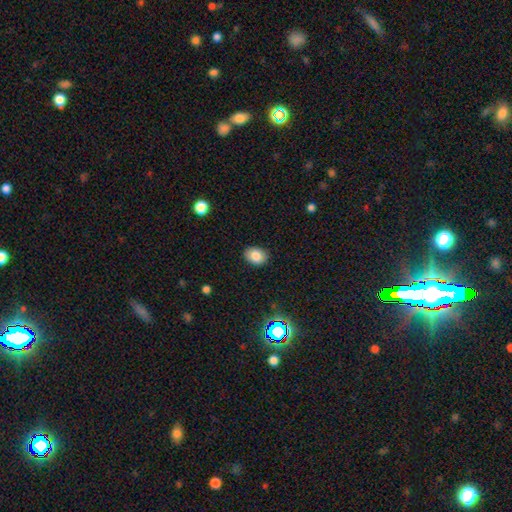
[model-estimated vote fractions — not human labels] smooth 82%, star or artifact 10%, featured or disk 8%. Down the decision tree: how rounded — in between (69%); merging — none (87%).